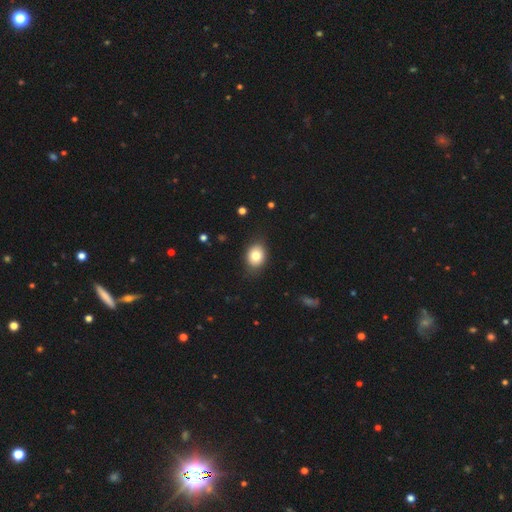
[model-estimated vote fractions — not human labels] smooth-or-featured: smooth: 80% | featured or disk: 11% | star or artifact: 9%
  how-rounded: in between: 58% | round: 41% | cigar-shaped: 1%
  merging: none: 84% | minor disturbance: 12% | major disturbance: 3% | merger: 1%